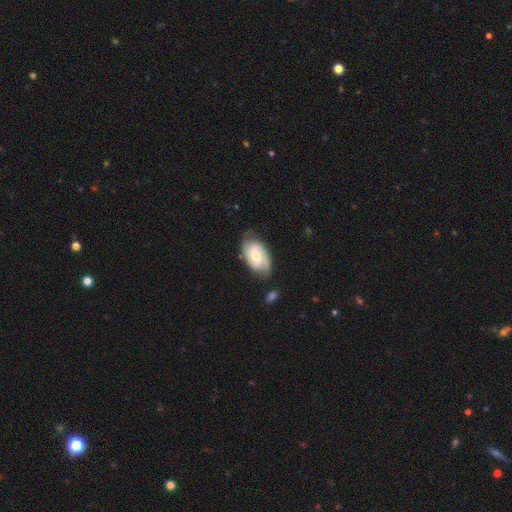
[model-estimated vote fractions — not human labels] Smooth or featured? Predicted: featured or disk (p=0.74). Edge-on disk? Predicted: no (p=0.95). Bar? Predicted: weak (p=0.52). Spiral arms? Predicted: yes (p=0.91). Spiral winding? Predicted: medium (p=0.42). Spiral arm count? Predicted: 2 (p=0.80). Bulge size? Predicted: moderate (p=0.64). Merging? Predicted: none (p=0.73).